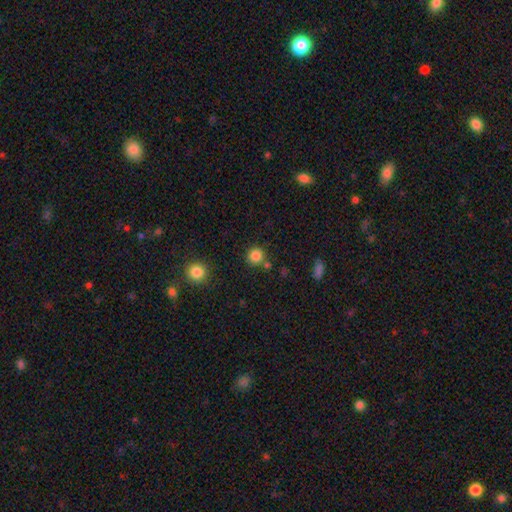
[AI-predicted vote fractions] Smooth or featured? smooth (84%)
How rounded? round (93%)
Merging? none (81%)